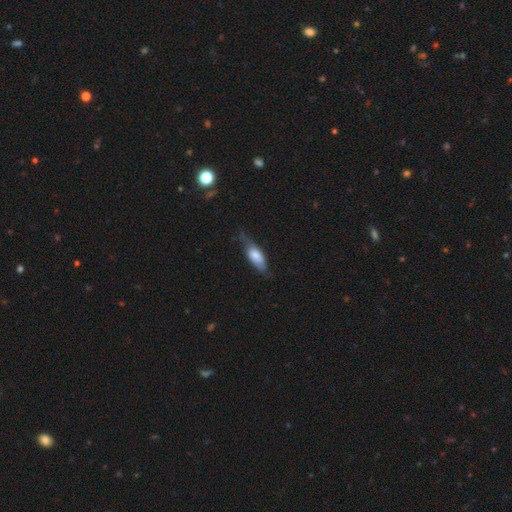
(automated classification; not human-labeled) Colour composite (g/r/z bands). It shows a smooth galaxy with no disk features (66%) that is in between round and cigar-shaped (69%). Merging: none (47%).